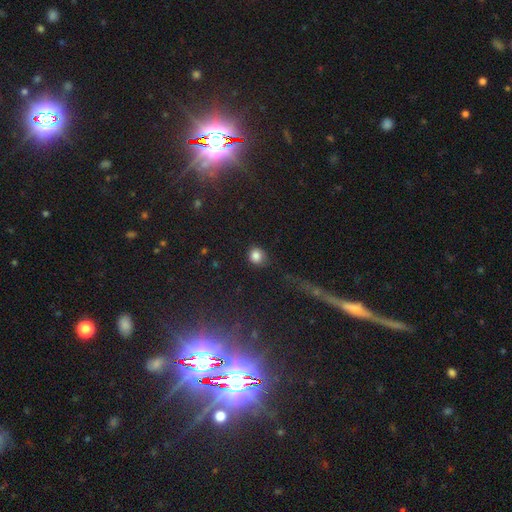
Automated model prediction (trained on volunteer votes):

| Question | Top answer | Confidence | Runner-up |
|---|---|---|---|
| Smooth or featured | smooth | 84% | star or artifact (11%) |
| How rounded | round | 80% | in between (19%) |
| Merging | none | 82% | minor disturbance (12%) |